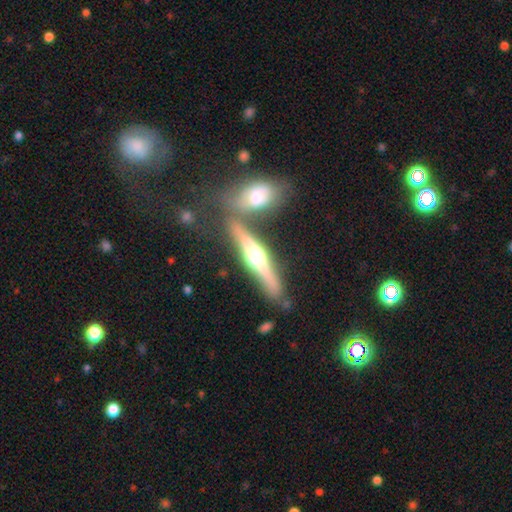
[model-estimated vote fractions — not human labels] A featured or disk galaxy (73%) viewed edge-on (95%) with a rounded central bulge (94%).

Vote fractions:
- Smooth or featured? featured or disk: 73% / smooth: 21% / star or artifact: 6%
- Edge-on disk? yes: 95% / no: 5%
- Edge-on bulge? rounded: 94% / boxy: 4% / none: 2%
- Merging? none: 63% / merger: 23% / minor disturbance: 10% / major disturbance: 4%